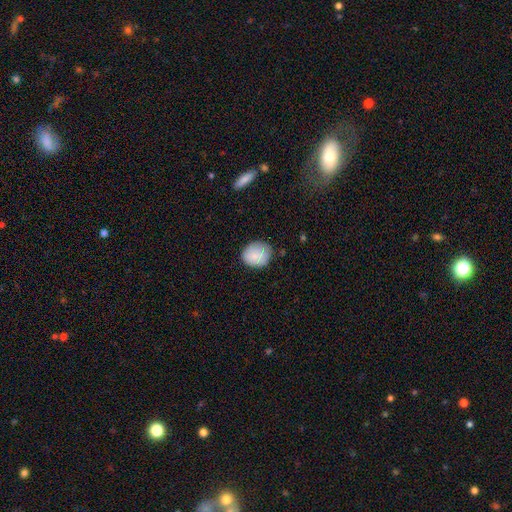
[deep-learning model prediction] Smooth or featured? Predicted: smooth (p=0.85). How rounded? Predicted: round (p=0.63). Merging? Predicted: none (p=0.75).